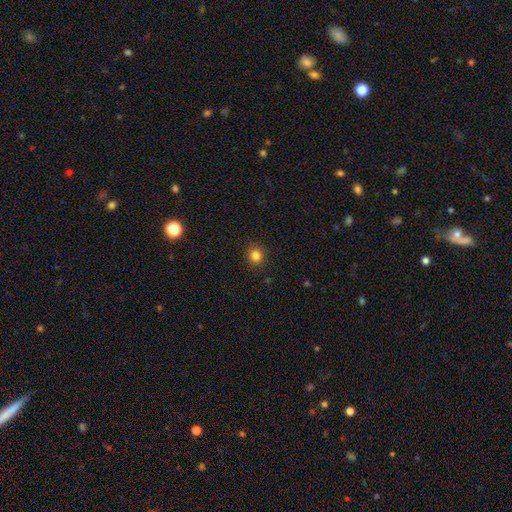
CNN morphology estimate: type=smooth (82%); roundness=round (89%); merging=none (91%).